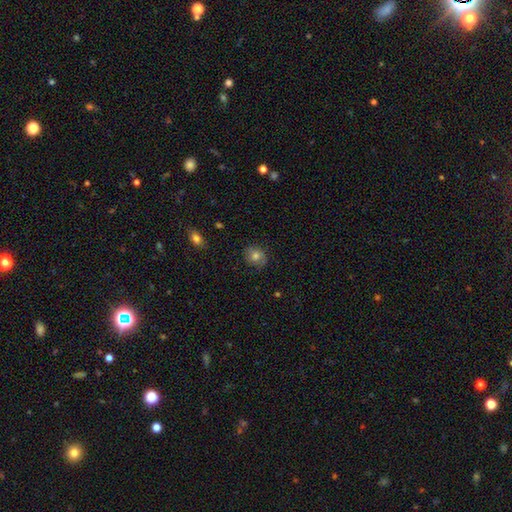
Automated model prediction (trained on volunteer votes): The model was most divided on "smooth or featured": smooth: 64%, featured or disk: 24%, star or artifact: 12%. More confident: merging — none (77%); how rounded — round (75%).